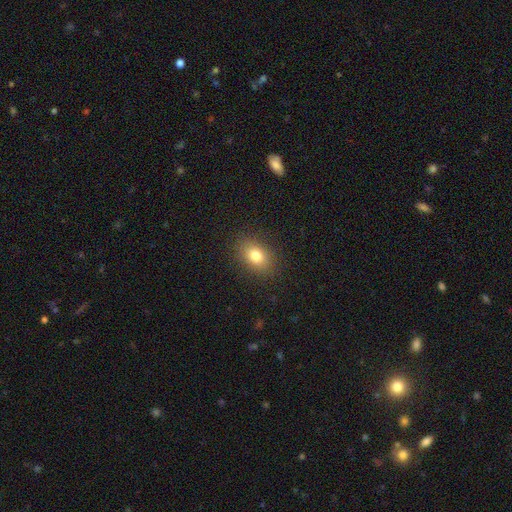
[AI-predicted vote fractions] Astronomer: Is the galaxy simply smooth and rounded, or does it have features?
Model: smooth — 80%.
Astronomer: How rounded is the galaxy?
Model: in between — 75%.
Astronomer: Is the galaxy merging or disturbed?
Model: none — 87%.